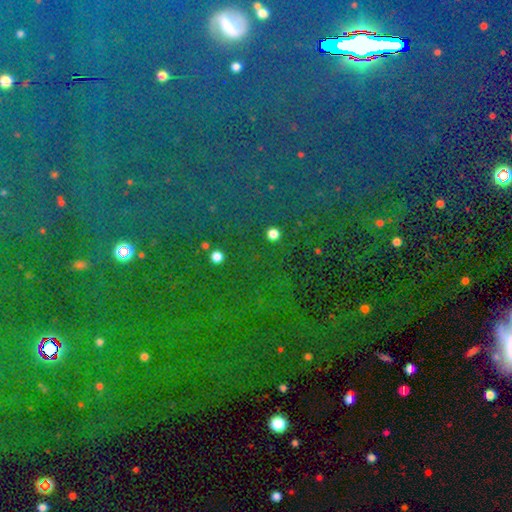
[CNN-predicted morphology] Overall: star or artifact (84%).